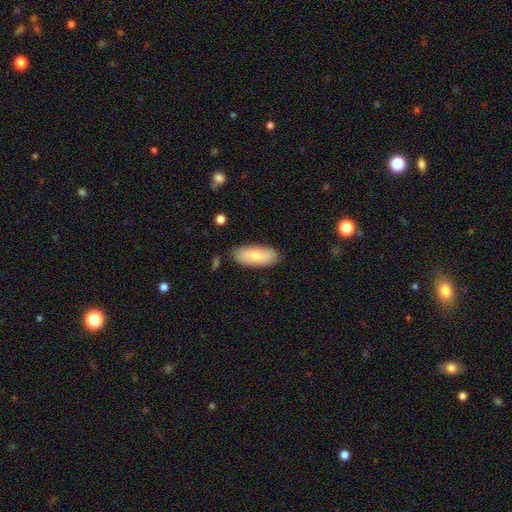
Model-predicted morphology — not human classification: Smooth or featured: smooth — 72% (featured or disk — 22%)
How rounded: in between — 80% (cigar-shaped — 18%)
Merging: none — 84% (minor disturbance — 12%)